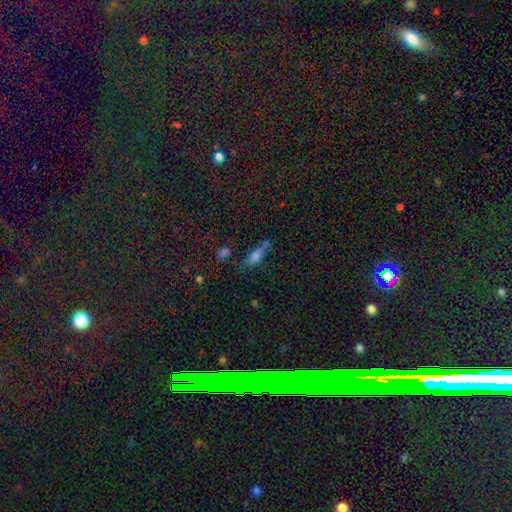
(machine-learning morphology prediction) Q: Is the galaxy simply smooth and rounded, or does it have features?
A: smooth — 62%.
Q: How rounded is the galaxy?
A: cigar-shaped — 52%.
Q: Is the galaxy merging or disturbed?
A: none — 56%.